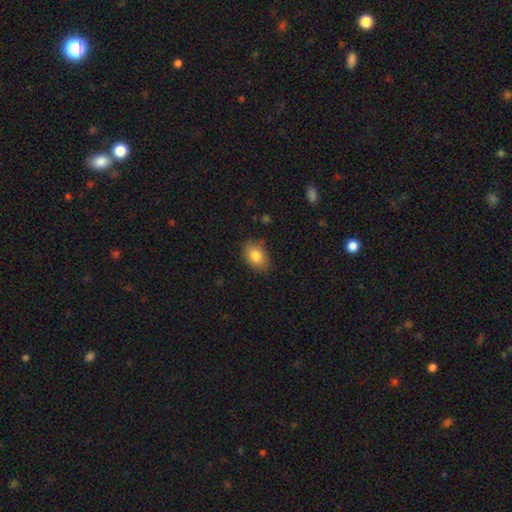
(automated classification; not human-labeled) Smooth or featured? smooth (83%)
How rounded? in between (72%)
Merging? none (81%)